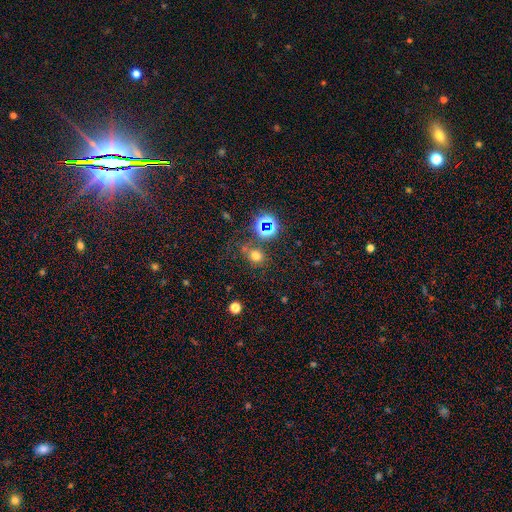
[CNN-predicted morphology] Smooth or featured?
  - smooth: 63% *
  - star or artifact: 28%
  - featured or disk: 9%
How rounded?
  - round: 72% *
  - in between: 26%
  - cigar-shaped: 1%
Merging?
  - none: 68% *
  - minor disturbance: 13%
  - merger: 12%
  - major disturbance: 6%